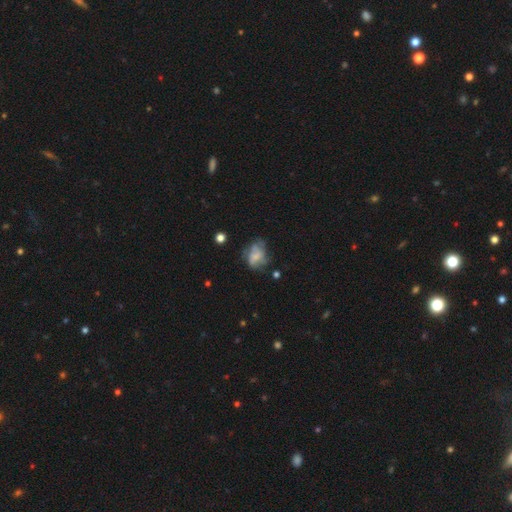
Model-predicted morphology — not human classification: Overall: featured or disk (48%; smooth 40%). Merging: none (44%; major disturbance 26%).